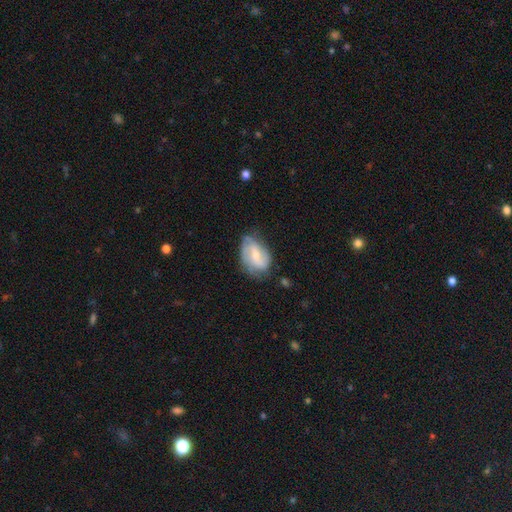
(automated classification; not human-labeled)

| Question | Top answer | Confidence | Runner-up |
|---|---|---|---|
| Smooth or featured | featured or disk | 62% | smooth (32%) |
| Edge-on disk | no | 96% | yes (4%) |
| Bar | weak | 52% | no (29%) |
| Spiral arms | yes | 82% | no (18%) |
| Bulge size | moderate | 46% | small (45%) |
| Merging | none | 54% | minor disturbance (32%) |